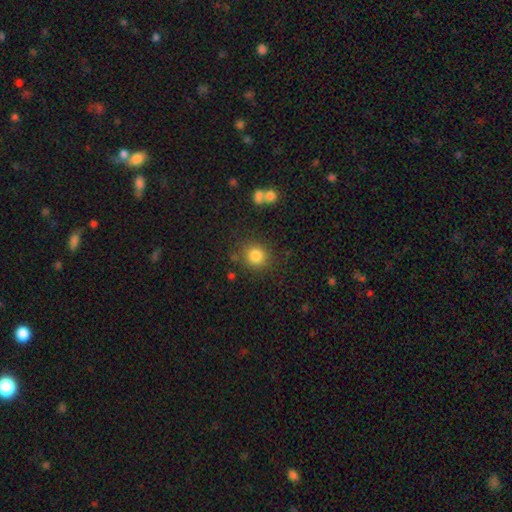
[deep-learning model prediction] smooth_or_featured: smooth (p=0.83) [alt: star or artifact p=0.11]
how_rounded: round (p=0.87) [alt: in between p=0.12]
merging: none (p=0.82) [alt: minor disturbance p=0.10]